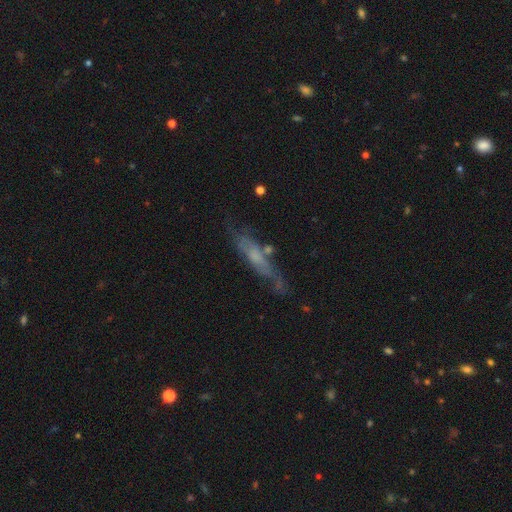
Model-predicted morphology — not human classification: smooth-or-featured: featured or disk: 54% | smooth: 36% | star or artifact: 9%
  disk-edge-on: yes: 50% (tied) | no: 50% (tied)
  merging: none: 53% | minor disturbance: 26% | major disturbance: 14% | merger: 7%